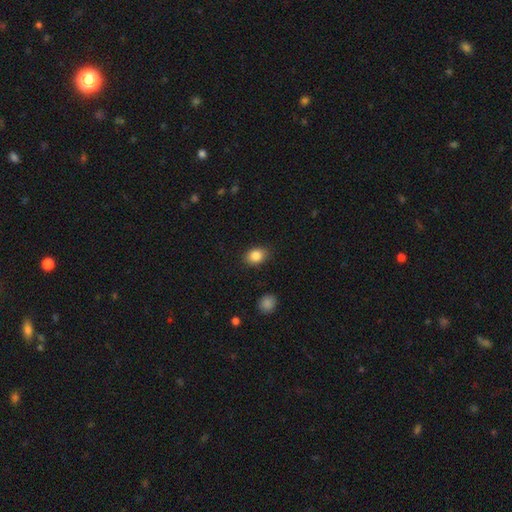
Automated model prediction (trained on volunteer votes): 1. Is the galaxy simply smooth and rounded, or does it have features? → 85% smooth, 9% star or artifact, 6% featured or disk.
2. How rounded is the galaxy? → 69% in between, 30% round, 1% cigar-shaped.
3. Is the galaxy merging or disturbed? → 85% none, 11% minor disturbance, 3% major disturbance, 1% merger.